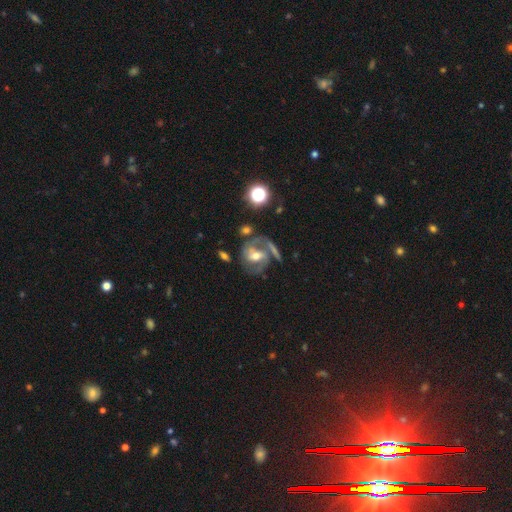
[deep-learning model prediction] Smooth or featured? featured or disk (75%)
Edge-on disk? no (96%)
Bar? weak (41%)
Spiral arms? yes (86%)
Spiral winding? medium (49%)
Spiral arm count? 2 (71%)
Bulge size? moderate (69%)
Merging? none (53%)